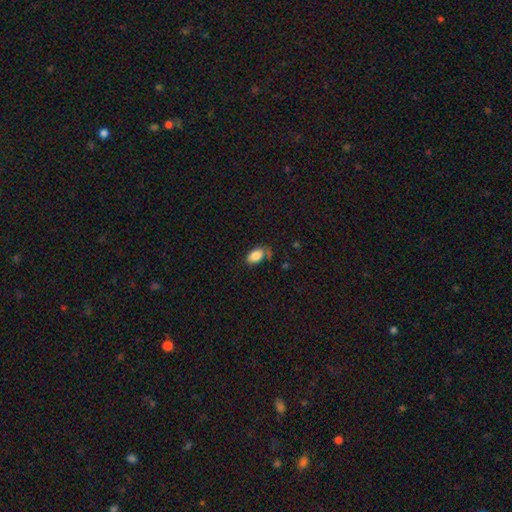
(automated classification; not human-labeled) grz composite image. It shows a smooth galaxy with no disk features (84%) that is in between round and cigar-shaped (93%). Merging: none (60%).